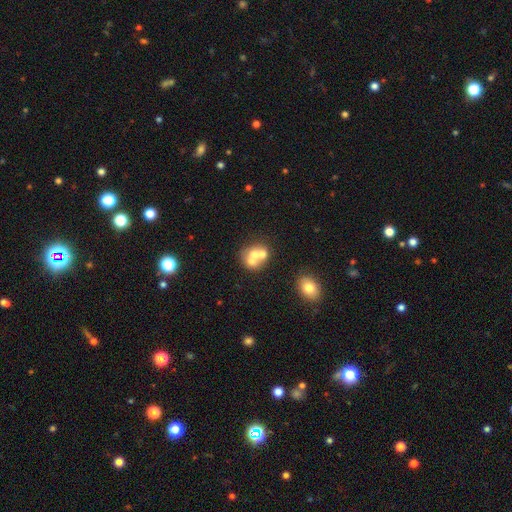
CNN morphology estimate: This appears to be a smooth galaxy with no disk features (54%) that is round (70%). Merging: merger (61%).